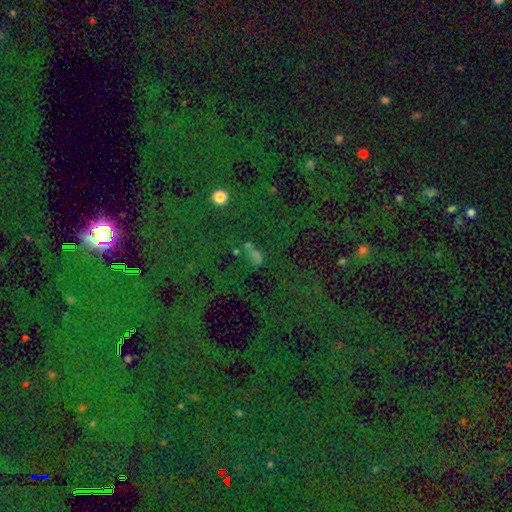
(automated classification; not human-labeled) This appears to be a star or artifact, not a galaxy (51%).